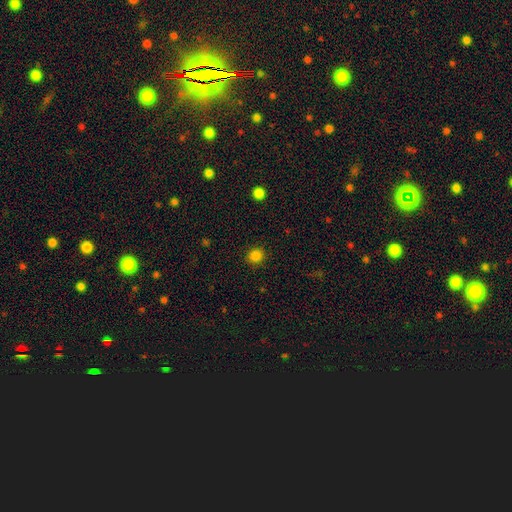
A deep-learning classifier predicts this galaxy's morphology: Smooth or featured?
  - smooth: 84% *
  - star or artifact: 13%
  - featured or disk: 3%
How rounded?
  - round: 87% *
  - in between: 12%
  - cigar-shaped: 1%
Merging?
  - none: 90% *
  - minor disturbance: 6%
  - major disturbance: 2%
  - merger: 1%